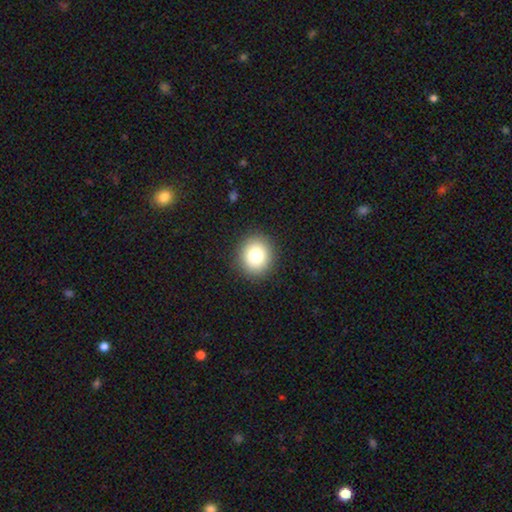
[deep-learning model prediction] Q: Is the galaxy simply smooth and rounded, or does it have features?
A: smooth — 80%.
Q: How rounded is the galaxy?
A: round — 86%.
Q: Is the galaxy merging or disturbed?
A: none — 91%.